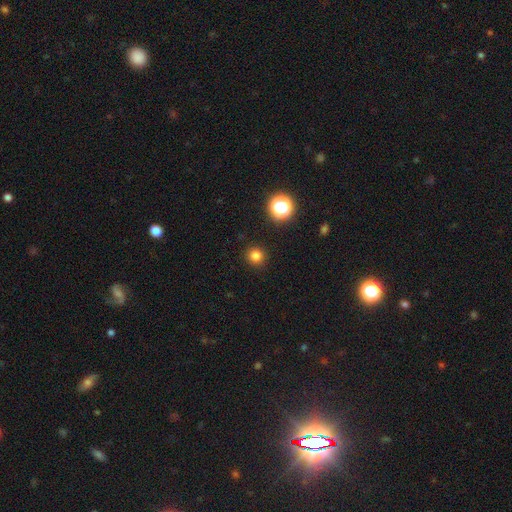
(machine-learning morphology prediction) smooth_or_featured: smooth (p=0.80) [alt: star or artifact p=0.15]
how_rounded: round (p=0.94) [alt: in between p=0.05]
merging: none (p=0.92) [alt: minor disturbance p=0.05]